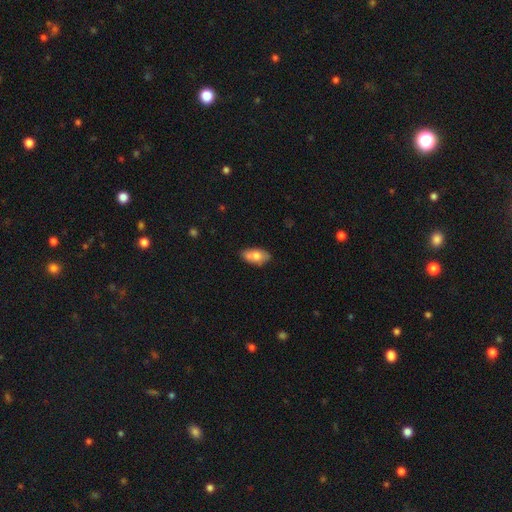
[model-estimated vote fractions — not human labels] This appears to be a smooth galaxy with no disk features (68%) that is in between round and cigar-shaped (92%). Merging: none (65%).